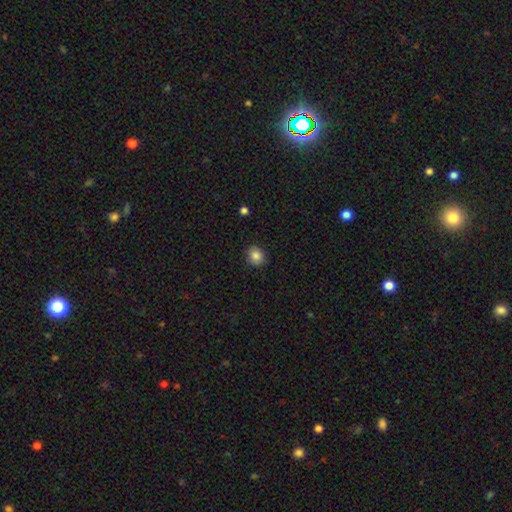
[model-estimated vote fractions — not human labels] A smooth galaxy with no disk features (85%) that is round (76%). Merging: none (87%).